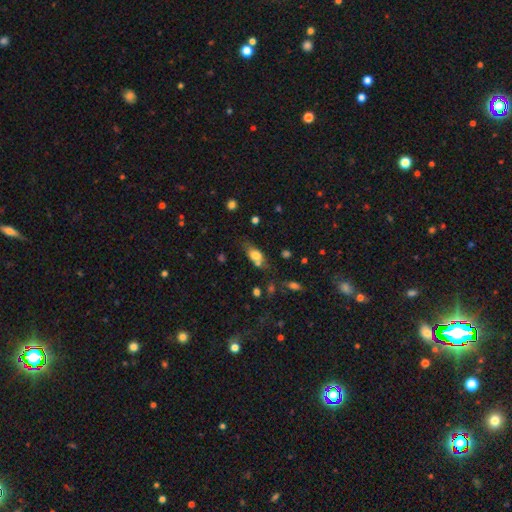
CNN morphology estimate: Smooth or featured? smooth (71%)
How rounded? in between (77%)
Merging? none (53%)